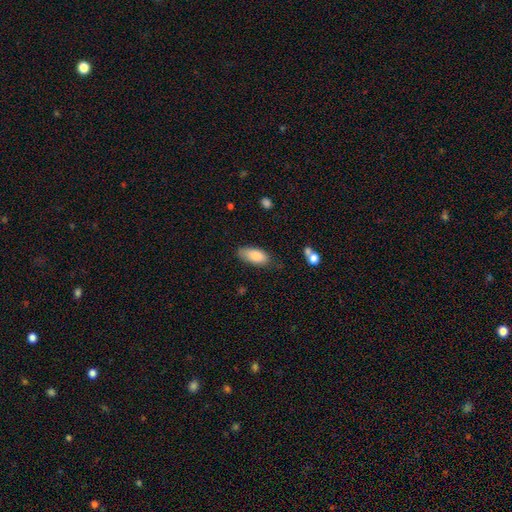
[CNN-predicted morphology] type=smooth (84%); roundness=in between (86%); merging=none (71%).